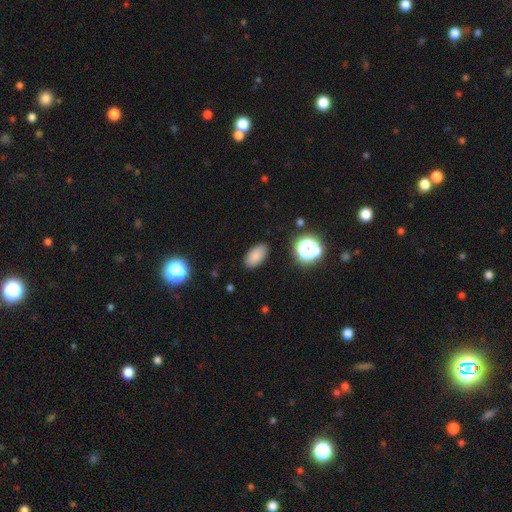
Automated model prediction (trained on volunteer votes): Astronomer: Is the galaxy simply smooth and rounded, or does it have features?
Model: smooth — 83%.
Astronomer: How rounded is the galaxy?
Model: in between — 92%.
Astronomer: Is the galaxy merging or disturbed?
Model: none — 87%.